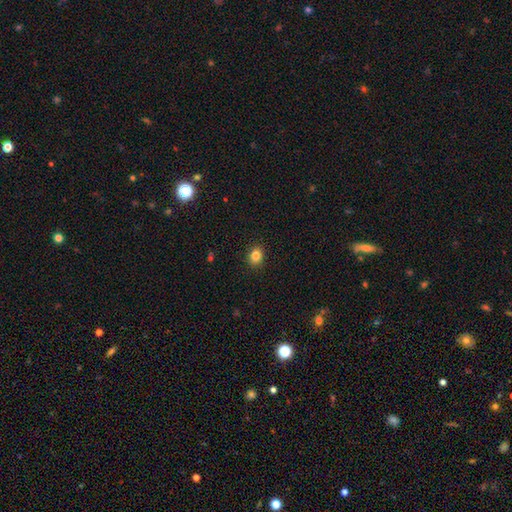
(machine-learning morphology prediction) The model was most divided on "how rounded": round: 50%, in between: 49%, cigar-shaped: 1%. More confident: merging — none (91%); smooth or featured — smooth (85%).